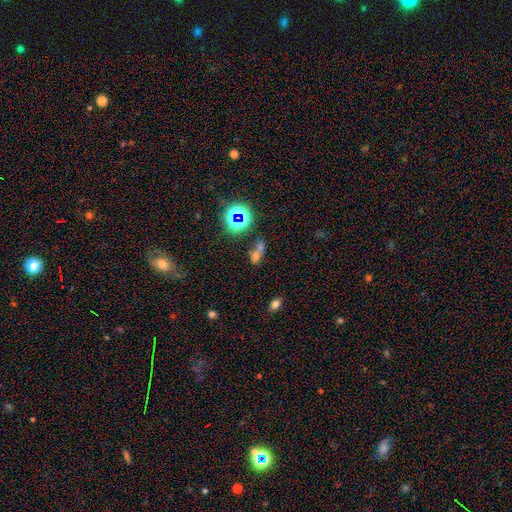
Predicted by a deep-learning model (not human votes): Smooth or featured? smooth (54%)
How rounded? in between (58%)
Merging? merger (53%)